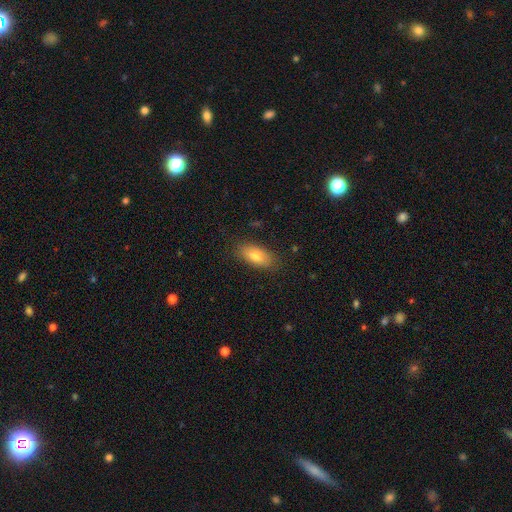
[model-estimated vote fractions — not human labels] Smooth or featured? smooth (77%)
How rounded? in between (85%)
Merging? none (84%)